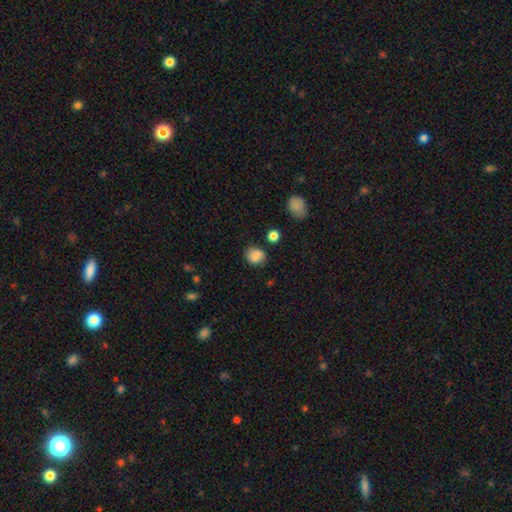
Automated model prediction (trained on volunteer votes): Smooth or featured: smooth — 83% (star or artifact — 10%)
How rounded: round — 73% (in between — 26%)
Merging: none — 77% (minor disturbance — 16%)